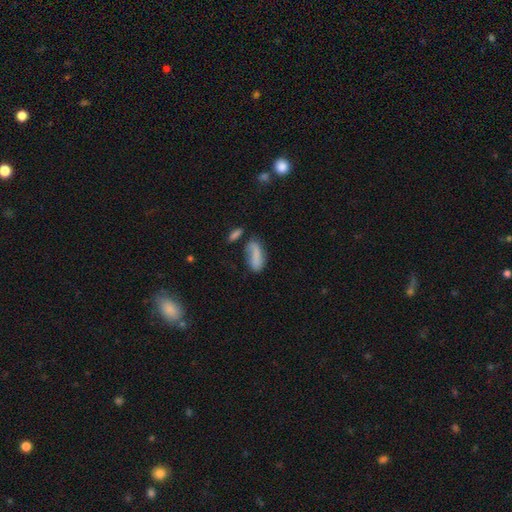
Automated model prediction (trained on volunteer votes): A smooth galaxy with no disk features (72%) that is in between round and cigar-shaped (76%). Merging: none (47%).